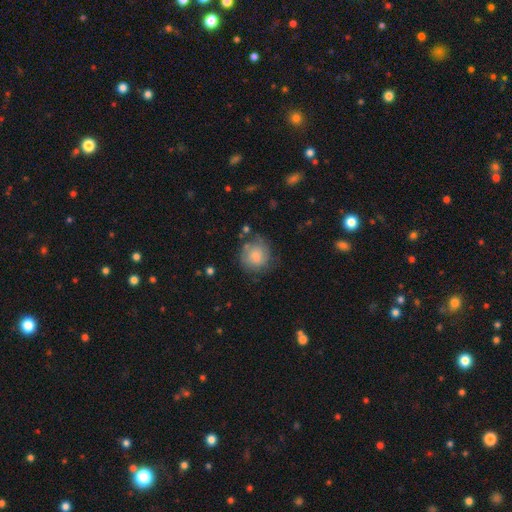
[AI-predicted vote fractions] A smooth galaxy with no disk features (67%) that is round (85%).

Vote fractions:
- Smooth or featured? smooth: 67% / featured or disk: 25% / star or artifact: 8%
- How rounded? round: 85% / in between: 15% / cigar-shaped: 1%
- Merging? none: 61% / minor disturbance: 24% / major disturbance: 12% / merger: 3%